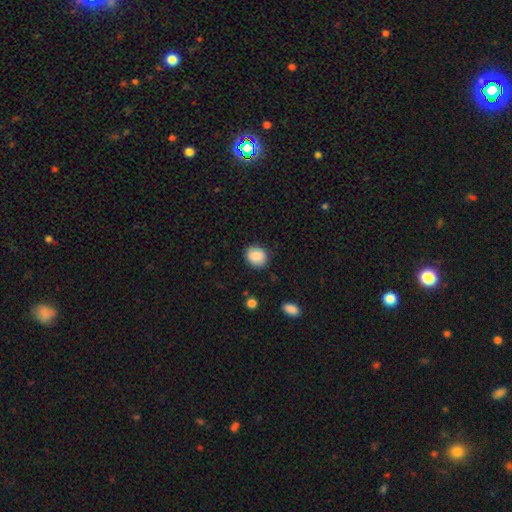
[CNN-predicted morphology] Smooth or featured? smooth (87%)
How rounded? round (71%)
Merging? none (86%)